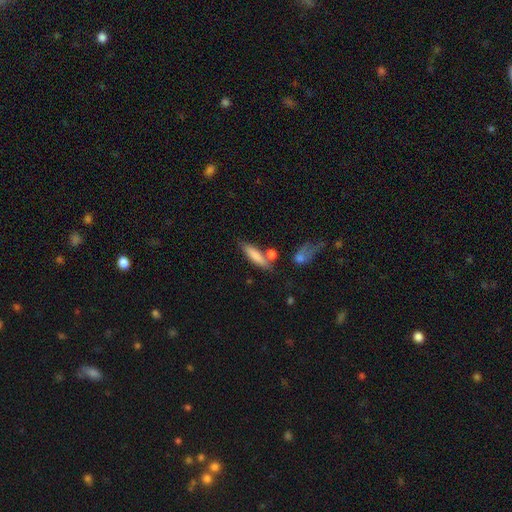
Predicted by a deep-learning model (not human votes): Morphology: type=smooth (78%); roundness=cigar-shaped (65%); merging=none (58%).